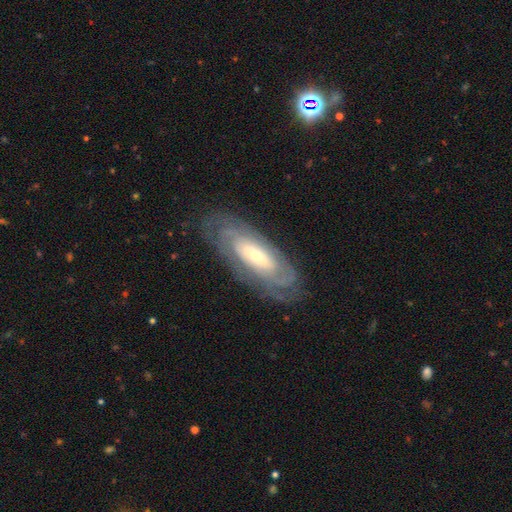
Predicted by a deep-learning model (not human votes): smooth_or_featured: featured or disk (p=0.78) [alt: smooth p=0.14]
disk_edge_on: no (p=0.86) [alt: yes p=0.14]
bar: no (p=0.53) [alt: weak p=0.32]
has_spiral_arms: yes (p=0.89) [alt: no p=0.11]
spiral_winding: tight (p=0.77) [alt: medium p=0.18]
spiral_arm_count: can't tell (p=0.56) [alt: 2 p=0.17]
bulge_size: small (p=0.44) [alt: moderate p=0.43]
merging: none (p=0.81) [alt: minor disturbance p=0.13]